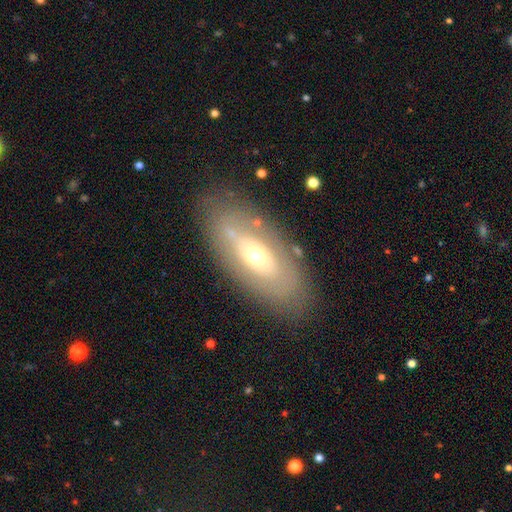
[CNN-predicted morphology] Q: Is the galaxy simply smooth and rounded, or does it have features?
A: featured or disk — 50%.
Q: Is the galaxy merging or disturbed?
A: none — 79%.